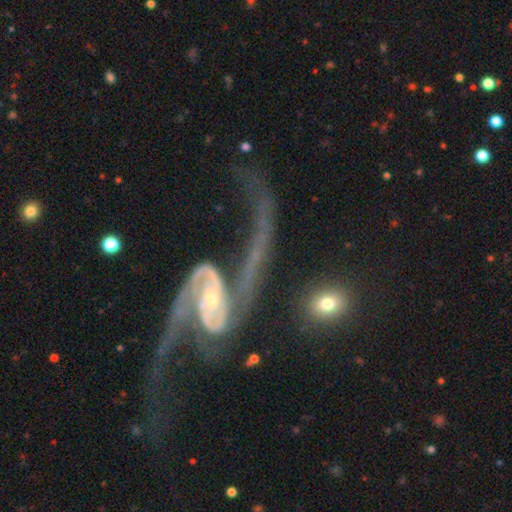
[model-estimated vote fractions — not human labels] This appears to be a featured or disk galaxy (92%) with a weak bar (37%), 2 (93%) loose (62%) spiral arms (98%) and a small central bulge (69%). Merging: none (56%).